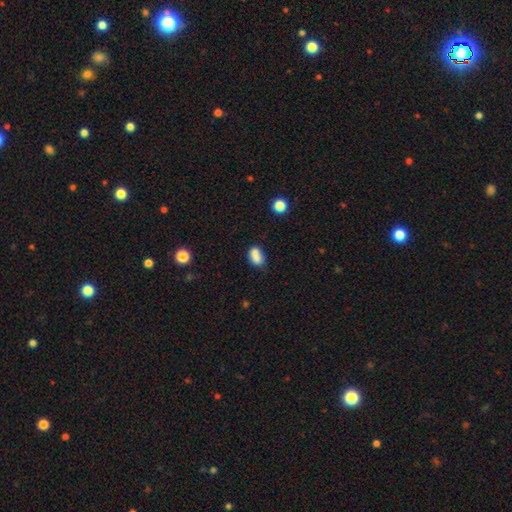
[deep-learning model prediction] Overall: smooth (76%). How rounded: in between (74%). Merging: merger (41%; none 36%).